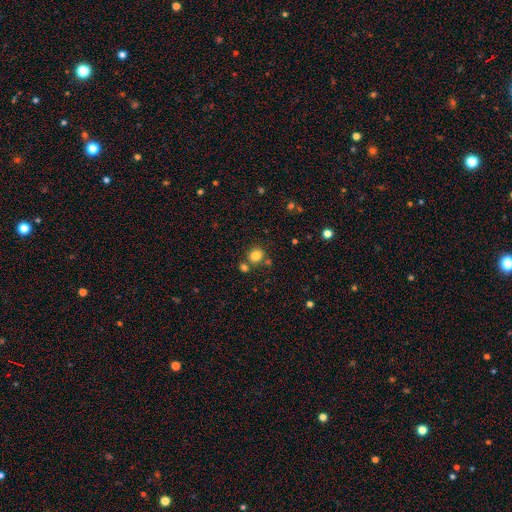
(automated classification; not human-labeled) This is clearly a smooth galaxy (83%). How rounded: likely round (74%). Merging: likely none (72%).